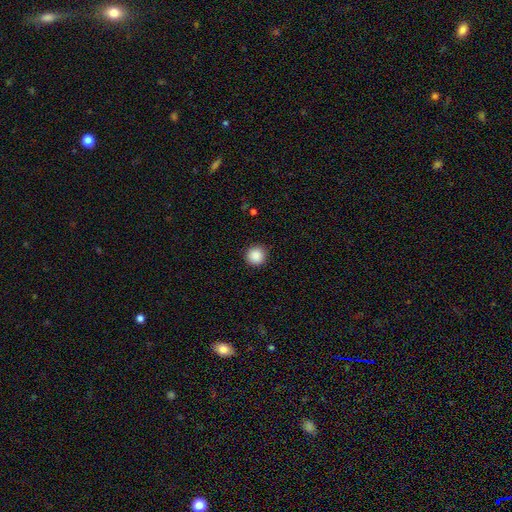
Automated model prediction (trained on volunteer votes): smooth 89%, star or artifact 9%, featured or disk 3%. Down the decision tree: how rounded — round (95%); merging — none (90%).